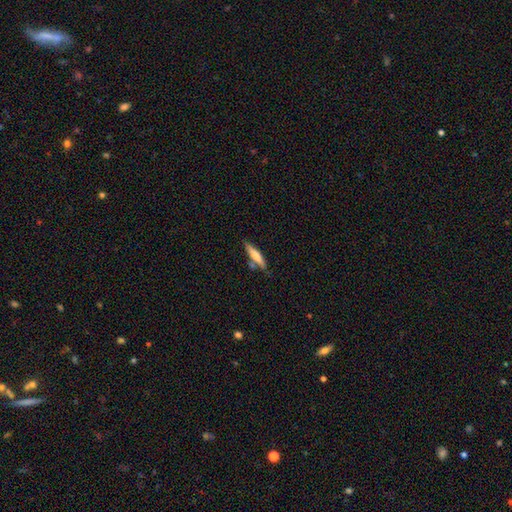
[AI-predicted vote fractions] smooth_or_featured: smooth (p=0.61) [alt: featured or disk p=0.33]
how_rounded: cigar-shaped (p=0.84) [alt: in between p=0.14]
merging: none (p=0.72) [alt: minor disturbance p=0.14]